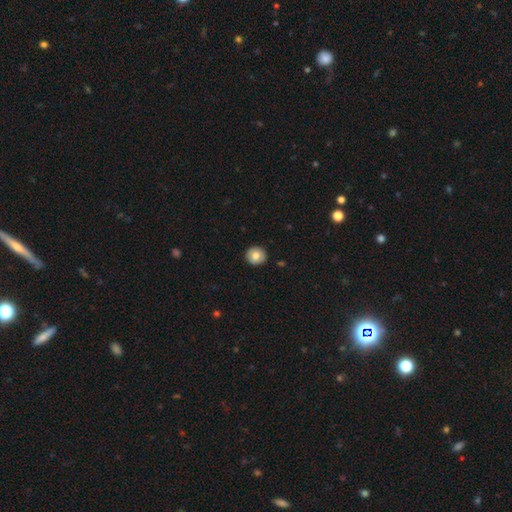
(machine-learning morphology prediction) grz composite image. It shows a smooth galaxy with no disk features (74%) that is round (89%). Merging: none (90%).